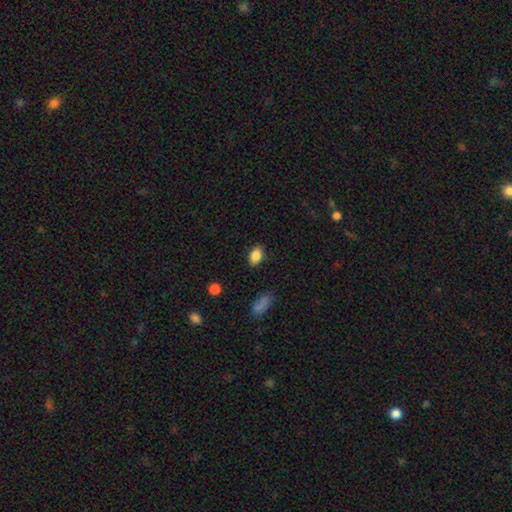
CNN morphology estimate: This is clearly a smooth galaxy (86%). How rounded: clearly in between (87%). Merging: clearly none (85%).